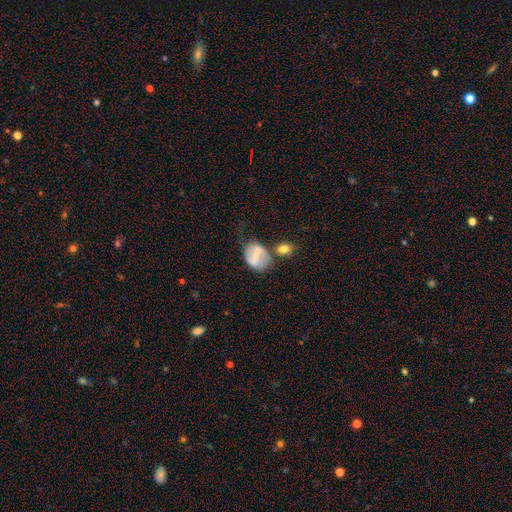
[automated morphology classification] Smooth or featured? smooth (45%, tied with featured or disk)
Merging? none (47%)